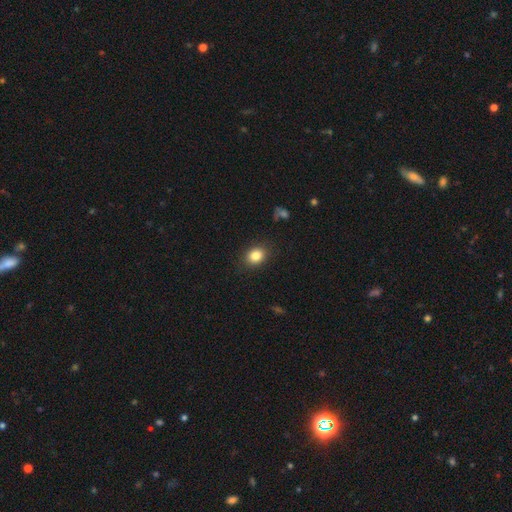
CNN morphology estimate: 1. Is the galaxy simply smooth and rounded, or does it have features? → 84% smooth, 10% star or artifact, 6% featured or disk.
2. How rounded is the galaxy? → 50% in between, 49% round, 1% cigar-shaped.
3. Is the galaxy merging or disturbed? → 87% none, 9% minor disturbance, 3% major disturbance, 1% merger.